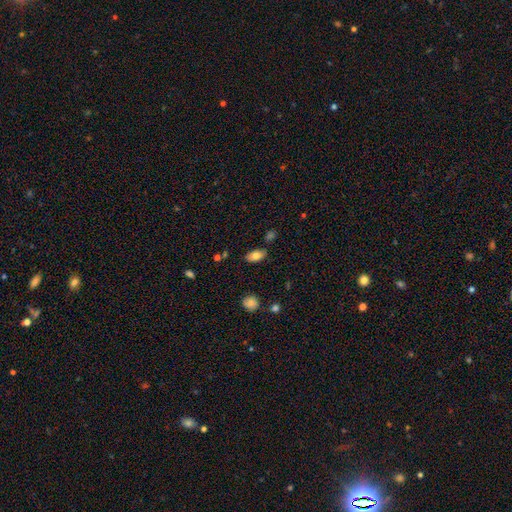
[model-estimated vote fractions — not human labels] Overall: smooth (78%). How rounded: in between (92%). Merging: none (82%).